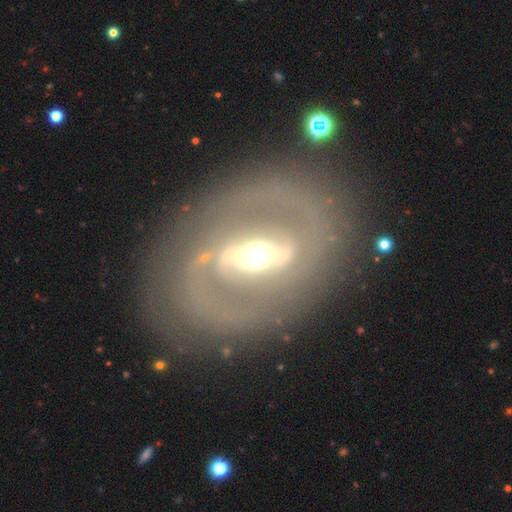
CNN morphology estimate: Q: Smooth or featured?
A: featured or disk (83%); runner-up: smooth (12%)
Q: Edge-on disk?
A: no (93%); runner-up: yes (7%)
Q: Bar?
A: strong (60%); runner-up: weak (27%)
Q: Spiral arms?
A: yes (66%); runner-up: no (34%)
Q: Spiral winding?
A: tight (48%); runner-up: medium (36%)
Q: Spiral arm count?
A: 2 (73%); runner-up: can't tell (16%)
Q: Bulge size?
A: moderate (64%); runner-up: small (17%)
Q: Merging?
A: none (78%); runner-up: minor disturbance (12%)